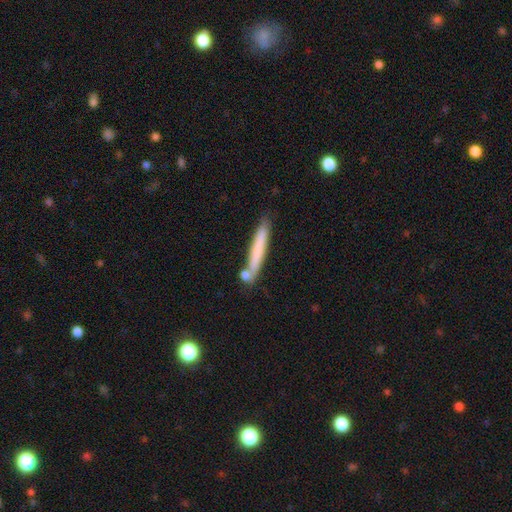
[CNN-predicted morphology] A smooth galaxy with no disk features (70%) that is cigar-shaped (93%). Merging: none (68%).